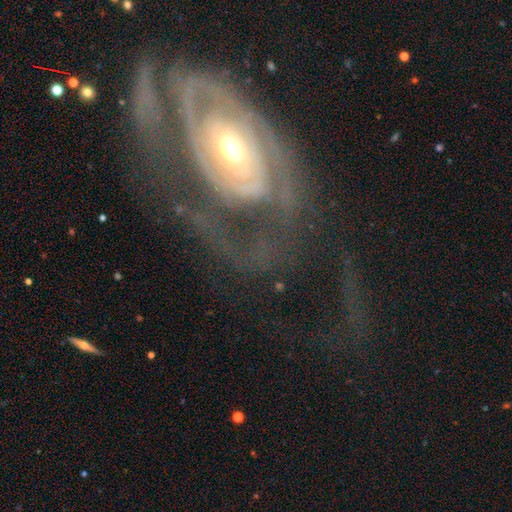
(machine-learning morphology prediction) Smooth or featured?
  - featured or disk: 84% *
  - smooth: 9%
  - star or artifact: 6%
Edge-on disk?
  - no: 95% *
  - yes: 5%
Bar?
  - no: 61% *
  - weak: 25%
  - strong: 14%
Spiral arms?
  - yes: 81% *
  - no: 19%
Spiral winding?
  - tight: 58% *
  - medium: 28%
  - loose: 13%
Spiral arm count?
  - can't tell: 38% *
  - 2: 32%
  - 3: 10%
  - 1: 9%
  - 4: 6%
  - more than 4: 5%
Bulge size?
  - moderate: 55% *
  - small: 36%
  - large: 6%
  - dominant: 2%
  - none: 1%
Merging?
  - none: 45% *
  - major disturbance: 34%
  - minor disturbance: 17%
  - merger: 4%